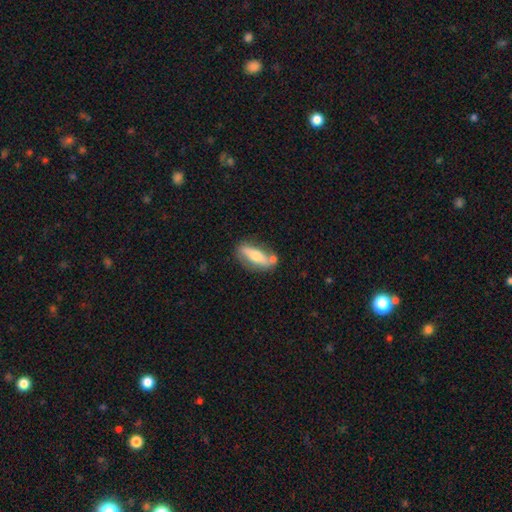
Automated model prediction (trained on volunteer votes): Smooth or featured? smooth (49%)
Merging? none (65%)